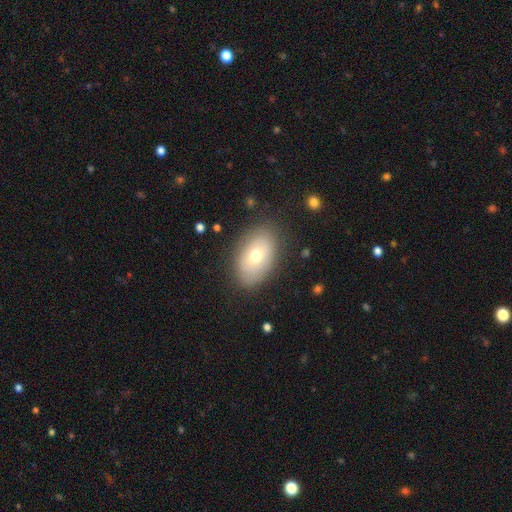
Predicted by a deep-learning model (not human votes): A smooth galaxy with no disk features (64%) that is in between round and cigar-shaped (87%).

Vote fractions:
- Smooth or featured? smooth: 64% / featured or disk: 27% / star or artifact: 8%
- How rounded? in between: 87% / round: 12% / cigar-shaped: 1%
- Merging? none: 82% / minor disturbance: 13% / major disturbance: 4% / merger: 1%